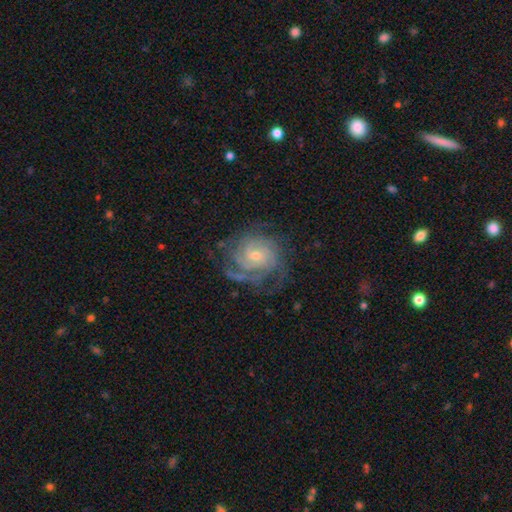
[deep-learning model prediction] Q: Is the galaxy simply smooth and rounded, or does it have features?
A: featured or disk — 88%.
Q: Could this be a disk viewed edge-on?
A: no — 98%.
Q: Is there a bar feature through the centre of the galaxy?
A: no — 61%.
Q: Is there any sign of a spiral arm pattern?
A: yes — 97%.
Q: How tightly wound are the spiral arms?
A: tight — 71%.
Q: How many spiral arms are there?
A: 3 — 26%.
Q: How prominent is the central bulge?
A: small — 63%.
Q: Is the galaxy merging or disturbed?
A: none — 71%.